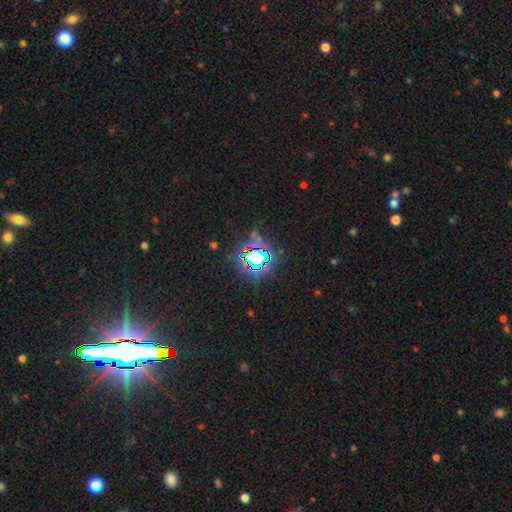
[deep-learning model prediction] Smooth or featured: star or artifact — 74% (smooth — 16%)